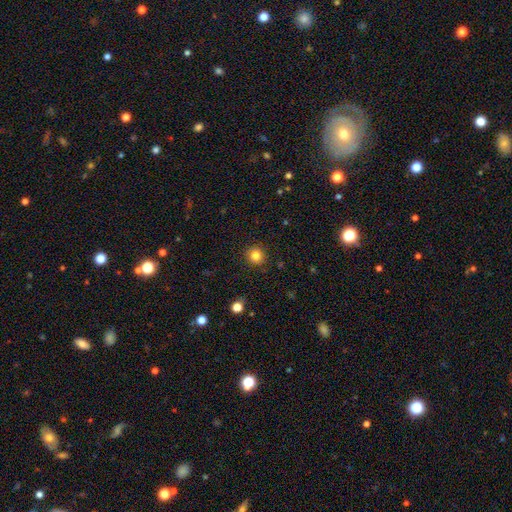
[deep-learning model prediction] This is clearly a smooth galaxy (83%). How rounded: clearly round (93%). Merging: clearly none (91%).